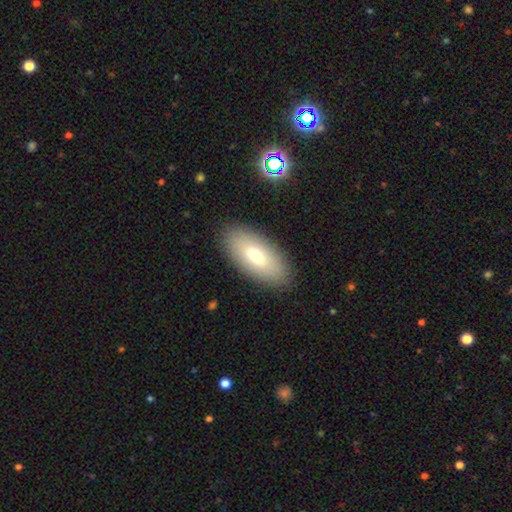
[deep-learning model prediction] Q: Smooth or featured?
A: smooth (71%); runner-up: featured or disk (20%)
Q: How rounded?
A: in between (88%); runner-up: cigar-shaped (9%)
Q: Merging?
A: none (89%); runner-up: minor disturbance (7%)